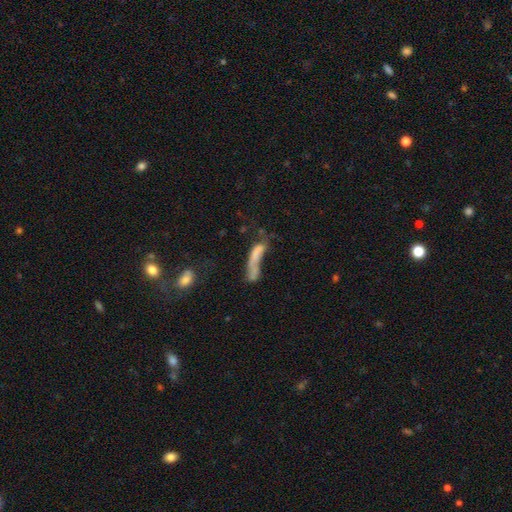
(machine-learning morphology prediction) Smooth or featured? smooth (55%)
How rounded? cigar-shaped (67%)
Merging? merger (33%)